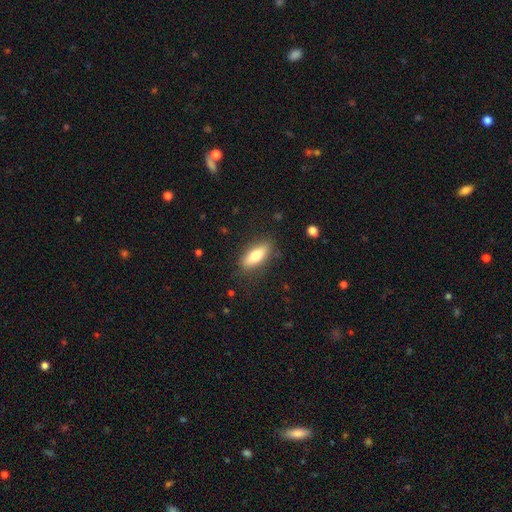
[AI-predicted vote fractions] A smooth galaxy with no disk features (73%) that is in between round and cigar-shaped (64%).

Vote fractions:
- Smooth or featured? smooth: 73% / featured or disk: 21% / star or artifact: 6%
- How rounded? in between: 64% / cigar-shaped: 33% / round: 3%
- Merging? none: 84% / minor disturbance: 11% / major disturbance: 3% / merger: 1%